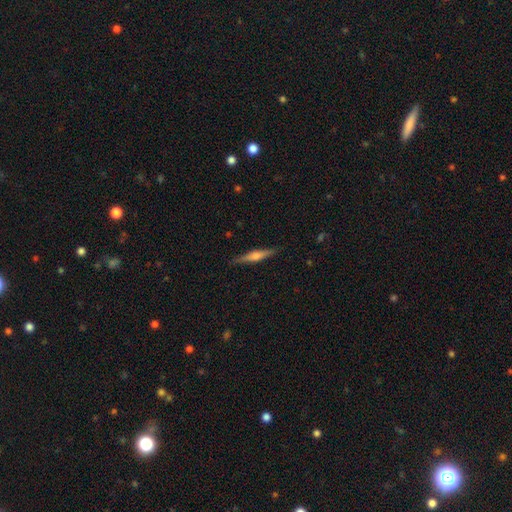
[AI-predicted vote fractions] Smooth or featured?
  - featured or disk: 65% *
  - smooth: 29%
  - star or artifact: 6%
Edge-on disk?
  - yes: 98% *
  - no: 2%
Edge-on bulge?
  - rounded: 74% *
  - boxy: 18%
  - none: 8%
Merging?
  - none: 90% *
  - minor disturbance: 8%
  - major disturbance: 2%
  - merger: 1%